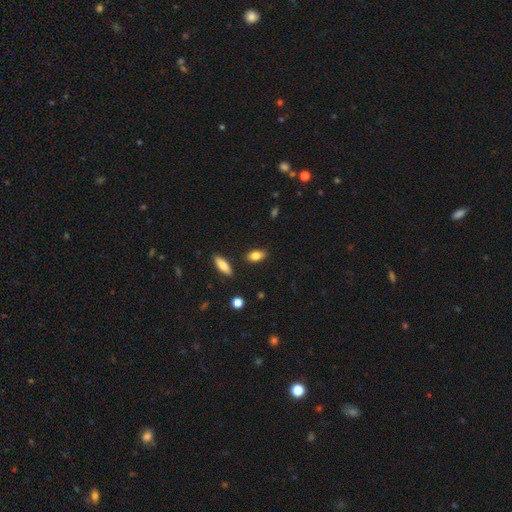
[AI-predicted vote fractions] A smooth galaxy with no disk features (81%) that is in between round and cigar-shaped (85%).

Vote fractions:
- Smooth or featured? smooth: 81% / featured or disk: 11% / star or artifact: 8%
- How rounded? in between: 85% / cigar-shaped: 8% / round: 8%
- Merging? none: 84% / minor disturbance: 11% / merger: 3% / major disturbance: 2%